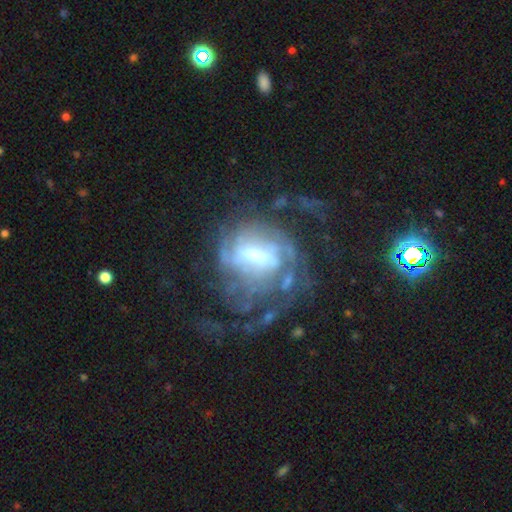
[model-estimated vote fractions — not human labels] Smooth or featured?
  - featured or disk: 80% *
  - smooth: 11%
  - star or artifact: 9%
Edge-on disk?
  - no: 96% *
  - yes: 4%
Bar?
  - weak: 45% *
  - strong: 30%
  - no: 25%
Spiral arms?
  - yes: 79% *
  - no: 21%
Spiral winding?
  - tight: 46% *
  - medium: 34%
  - loose: 20%
Spiral arm count?
  - can't tell: 50% *
  - 2: 17%
  - 3: 11%
  - 4: 9%
  - 1: 7%
  - more than 4: 6%
Bulge size?
  - moderate: 48% *
  - small: 28%
  - large: 16%
  - none: 7%
  - dominant: 2%
Merging?
  - none: 45% *
  - major disturbance: 32%
  - minor disturbance: 18%
  - merger: 5%